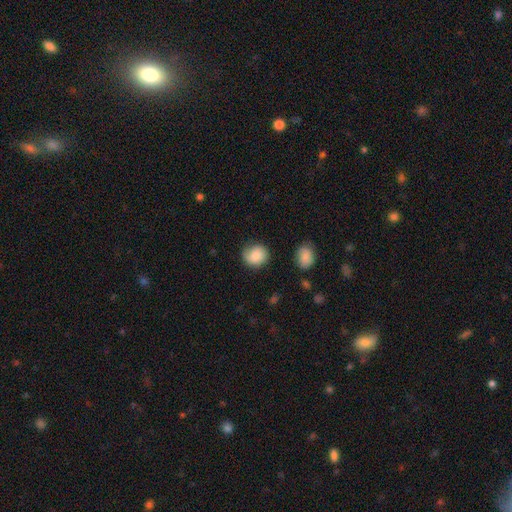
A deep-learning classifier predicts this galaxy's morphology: A smooth galaxy with no disk features (83%) that is round (78%). Merging: none (73%).